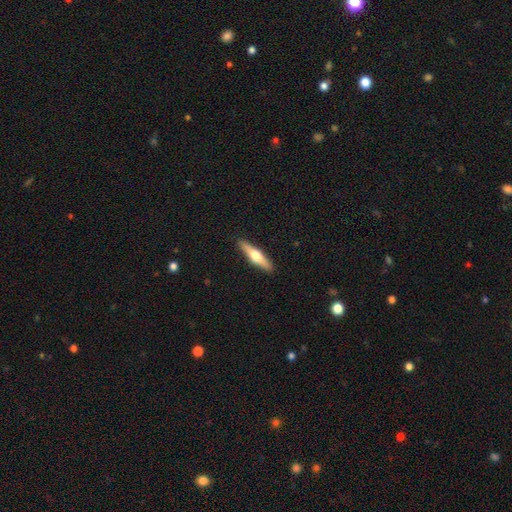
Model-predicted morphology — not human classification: featured or disk 54%, smooth 41%, star or artifact 5%. Down the decision tree: edge-on disk — yes (95%); edge-on bulge — rounded (94%); merging — none (91%).